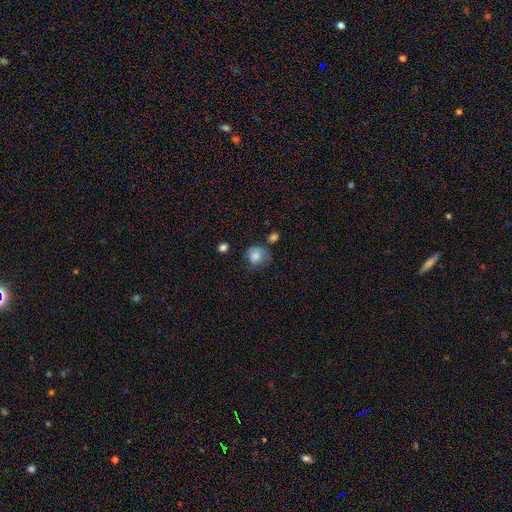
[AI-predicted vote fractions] The model was most divided on "merging": none: 54%, minor disturbance: 28%, major disturbance: 12%, merger: 6%. More confident: smooth or featured — smooth (79%); how rounded — round (79%).